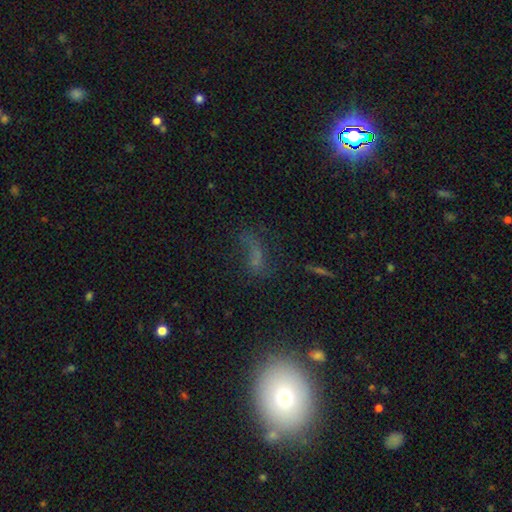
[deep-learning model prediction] A smooth galaxy with no disk features (39%). Merging: none (47%).